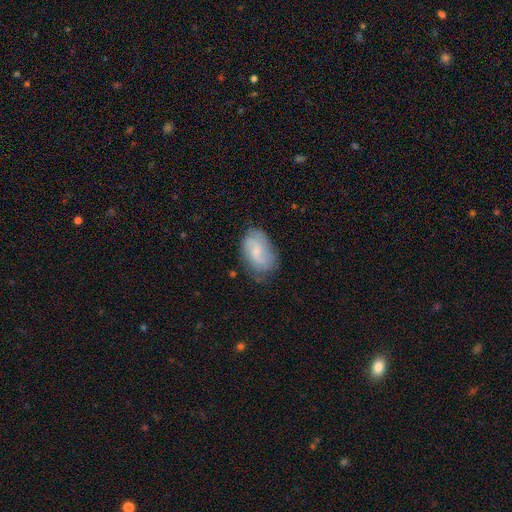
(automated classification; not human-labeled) Overall: smooth (46%; featured or disk 45%). Merging: none (66%).